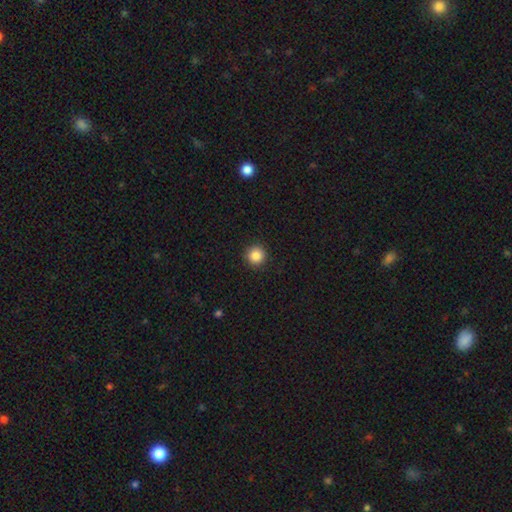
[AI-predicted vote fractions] Smooth or featured: smooth — 86% (star or artifact — 10%)
How rounded: round — 95% (in between — 4%)
Merging: none — 92% (minor disturbance — 5%)